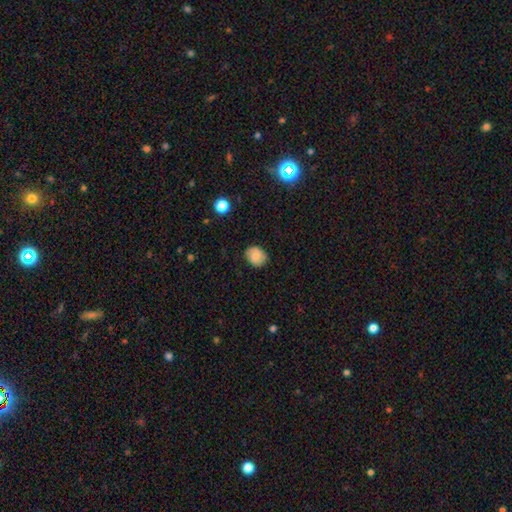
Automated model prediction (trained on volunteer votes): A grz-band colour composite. It shows a smooth galaxy with no disk features (71%) that is round (59%). Merging: none (80%).